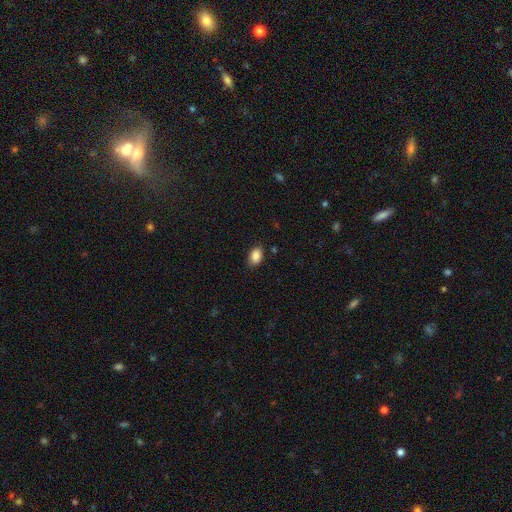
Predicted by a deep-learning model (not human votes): Overall: smooth (87%). How rounded: in between (85%). Merging: none (84%).